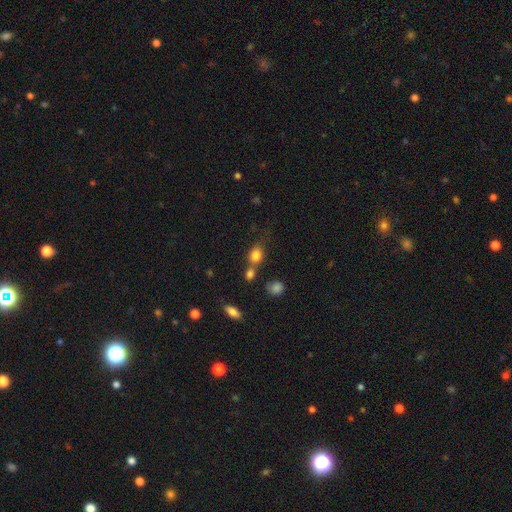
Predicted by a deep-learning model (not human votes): Morphology: type=smooth (82%); roundness=in between (52%); merging=none (50%).